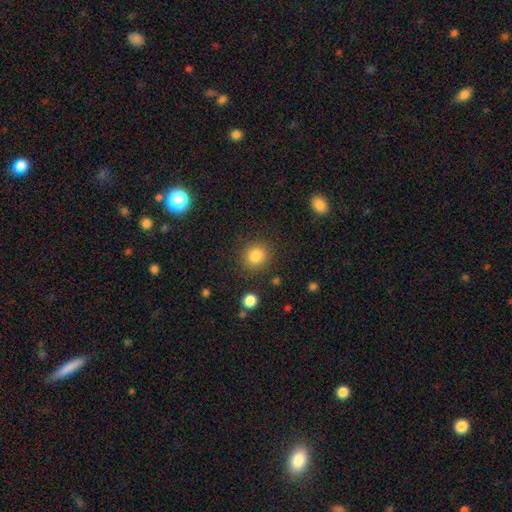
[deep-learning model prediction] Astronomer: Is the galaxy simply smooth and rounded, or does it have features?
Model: smooth — 84%.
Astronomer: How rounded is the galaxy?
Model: round — 84%.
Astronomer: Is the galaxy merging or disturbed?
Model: none — 86%.